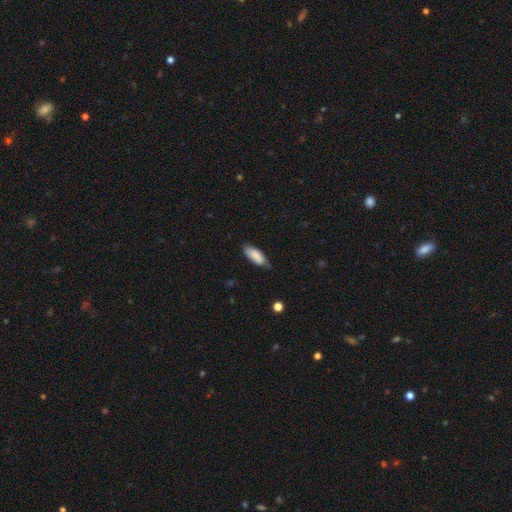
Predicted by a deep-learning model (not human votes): Smooth or featured?
  - smooth: 84% *
  - featured or disk: 9%
  - star or artifact: 6%
How rounded?
  - in between: 77% *
  - cigar-shaped: 21%
  - round: 2%
Merging?
  - none: 61% *
  - minor disturbance: 31%
  - major disturbance: 6%
  - merger: 2%